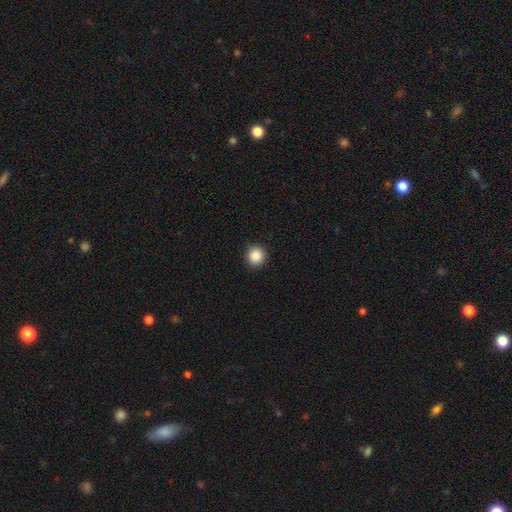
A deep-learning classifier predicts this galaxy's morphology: A smooth galaxy with no disk features (87%) that is round (93%).

Vote fractions:
- Smooth or featured? smooth: 87% / star or artifact: 10% / featured or disk: 3%
- How rounded? round: 93% / in between: 6% / cigar-shaped: 1%
- Merging? none: 90% / minor disturbance: 7% / major disturbance: 2% / merger: 1%